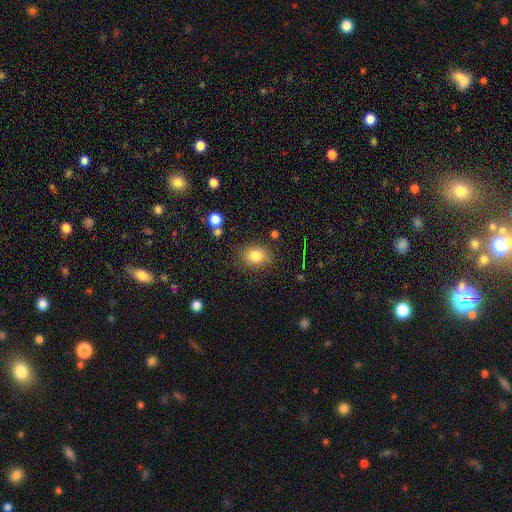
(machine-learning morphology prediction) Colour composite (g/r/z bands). It shows a smooth galaxy with no disk features (80%) that is in between round and cigar-shaped (54%). Merging: none (81%).